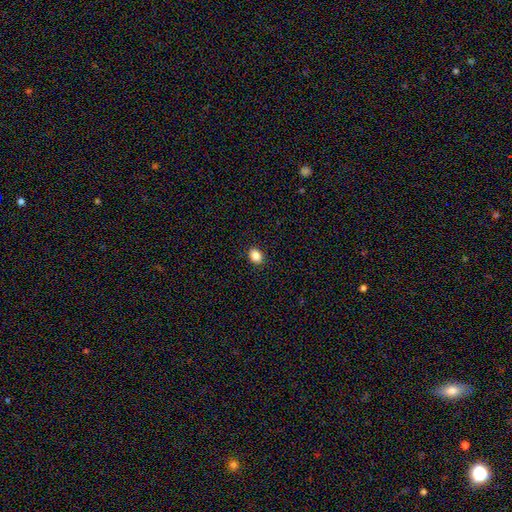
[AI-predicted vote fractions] A smooth galaxy with no disk features (86%) that is in between round and cigar-shaped (60%). Merging: none (90%).